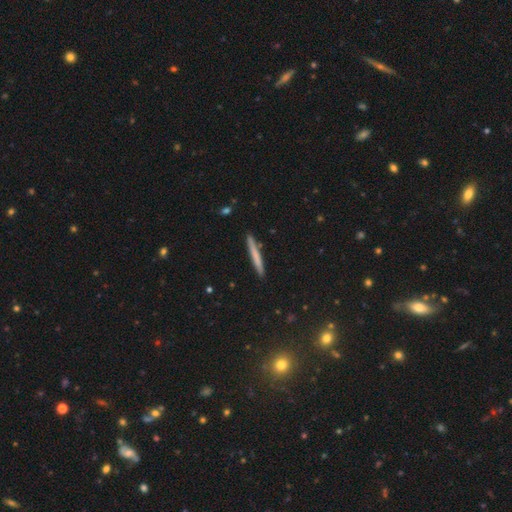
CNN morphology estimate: Smooth or featured? smooth (65%)
How rounded? cigar-shaped (97%)
Merging? none (90%)